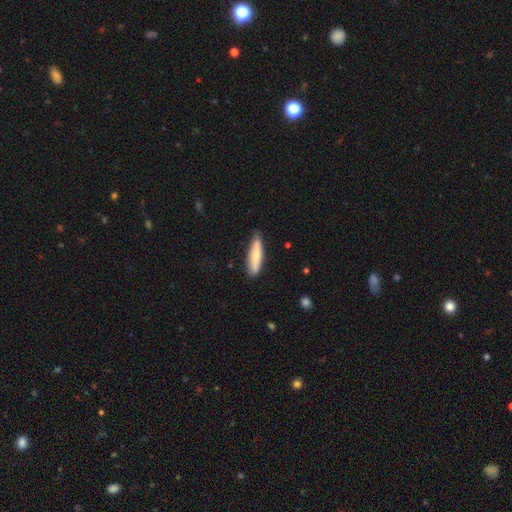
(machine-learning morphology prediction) type=smooth (76%); roundness=cigar-shaped (78%); merging=none (83%).